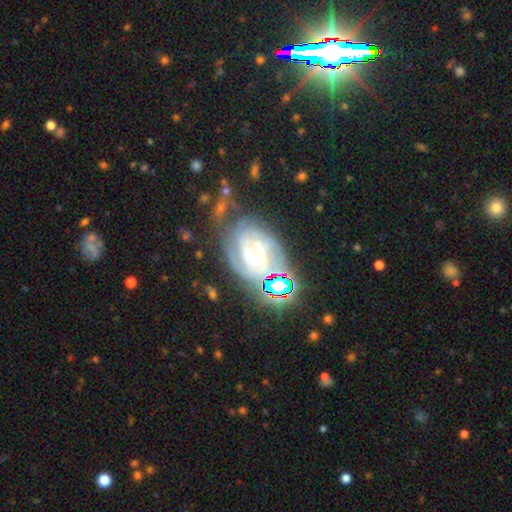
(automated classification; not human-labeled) The model was most divided on "bar": weak: 42%, no: 41%, strong: 17%. Remaining: edge-on disk — no (97%); spiral arms — yes (94%); smooth or featured — featured or disk (78%); bulge size — moderate (60%); spiral winding — tight (59%); merging — none (57%); spiral arm count — 2 (33%).